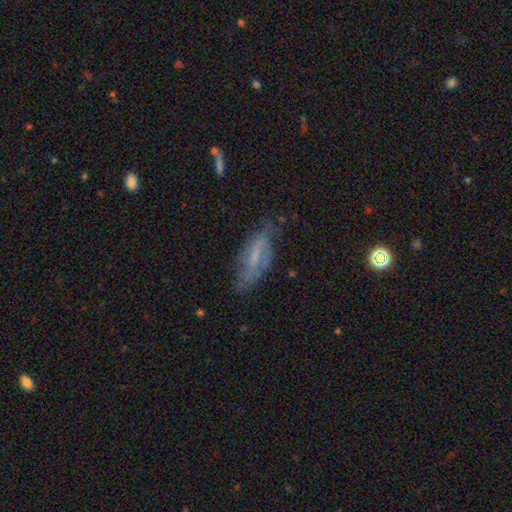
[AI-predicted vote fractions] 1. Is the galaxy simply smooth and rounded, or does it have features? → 54% featured or disk, 36% smooth, 10% star or artifact.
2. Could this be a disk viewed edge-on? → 79% no, 21% yes.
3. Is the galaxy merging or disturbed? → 57% none, 28% minor disturbance, 12% major disturbance, 3% merger.